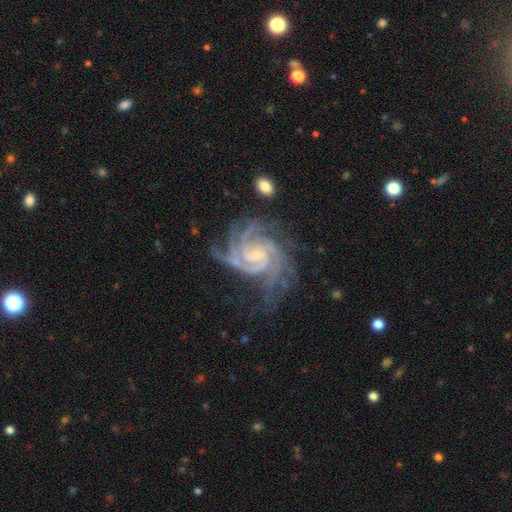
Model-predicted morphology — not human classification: Q: Smooth or featured?
A: featured or disk (93%); runner-up: star or artifact (5%)
Q: Edge-on disk?
A: no (98%); runner-up: yes (2%)
Q: Bar?
A: no (54%); runner-up: weak (33%)
Q: Spiral arms?
A: yes (99%); runner-up: no (1%)
Q: Spiral winding?
A: tight (71%); runner-up: medium (26%)
Q: Spiral arm count?
A: 4 (35%); runner-up: 3 (24%)
Q: Bulge size?
A: small (75%); runner-up: moderate (19%)
Q: Merging?
A: none (64%); runner-up: minor disturbance (22%)